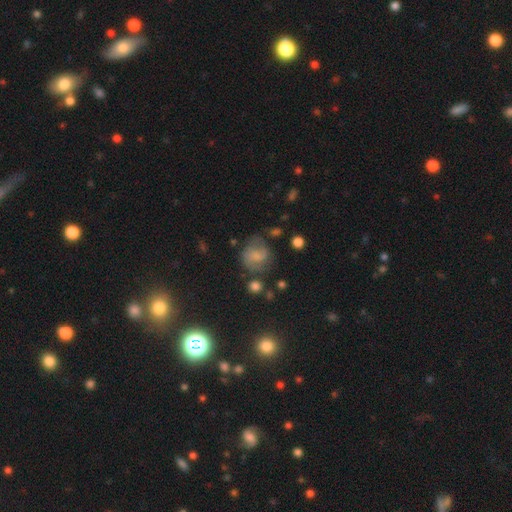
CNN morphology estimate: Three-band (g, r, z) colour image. It shows a smooth galaxy with no disk features (51%) that is round (72%). Merging: none (52%).